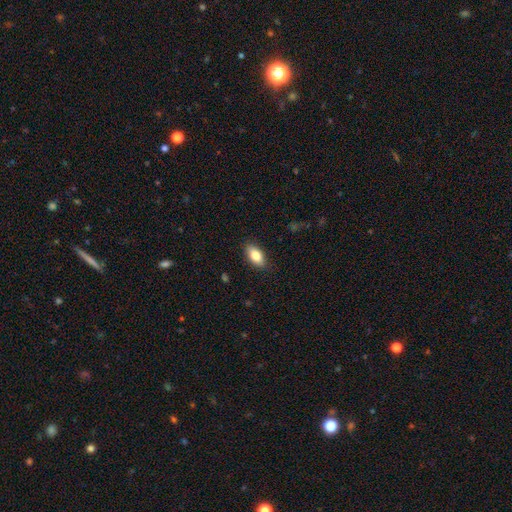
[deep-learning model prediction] Smooth or featured: smooth — 82% (featured or disk — 11%)
How rounded: in between — 89% (cigar-shaped — 7%)
Merging: none — 87% (minor disturbance — 10%)